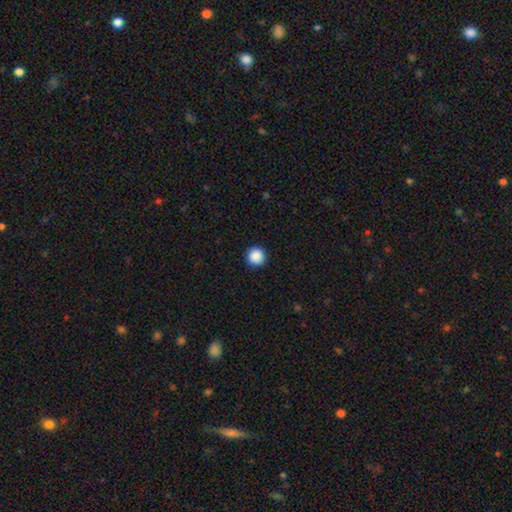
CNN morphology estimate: Smooth or featured?
  - smooth: 88% *
  - star or artifact: 9%
  - featured or disk: 2%
How rounded?
  - round: 96% *
  - in between: 4%
  - cigar-shaped: 1%
Merging?
  - none: 92% *
  - minor disturbance: 5%
  - major disturbance: 2%
  - merger: 1%